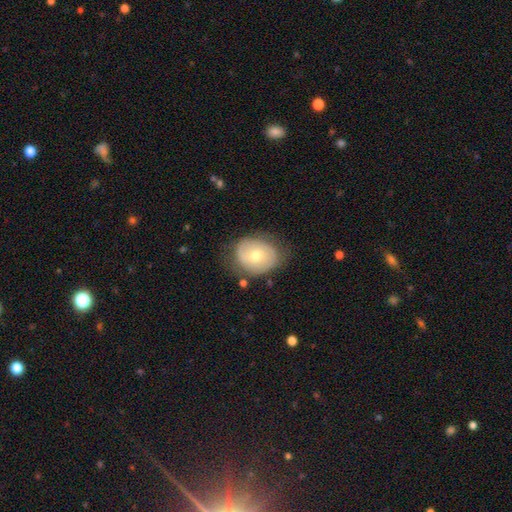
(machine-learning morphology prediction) smooth-or-featured: smooth: 50% | featured or disk: 42% | star or artifact: 7%
  how-rounded: round: 53% | in between: 46% | cigar-shaped: 1%
  merging: none: 68% | minor disturbance: 23% | major disturbance: 7% | merger: 2%